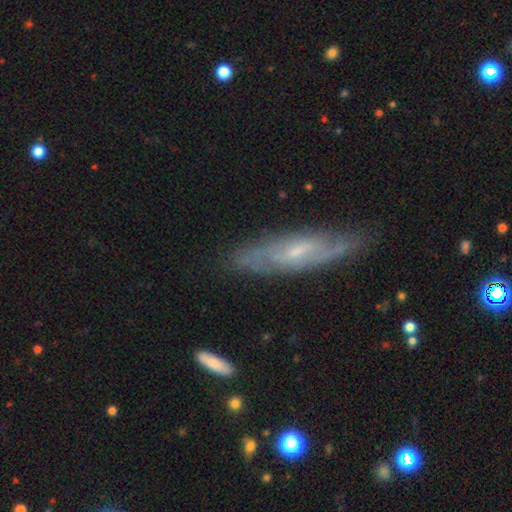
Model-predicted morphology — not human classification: type=featured or disk (65%); edge-on=no (69%); merging=none (72%).